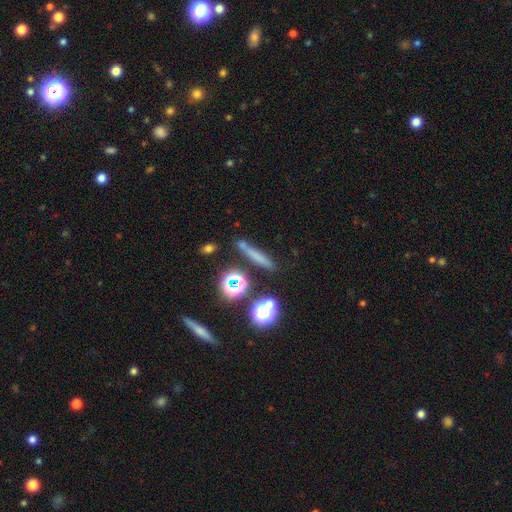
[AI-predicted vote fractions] Smooth or featured? Predicted: smooth (p=0.57). How rounded? Predicted: cigar-shaped (p=0.82). Merging? Predicted: none (p=0.78).